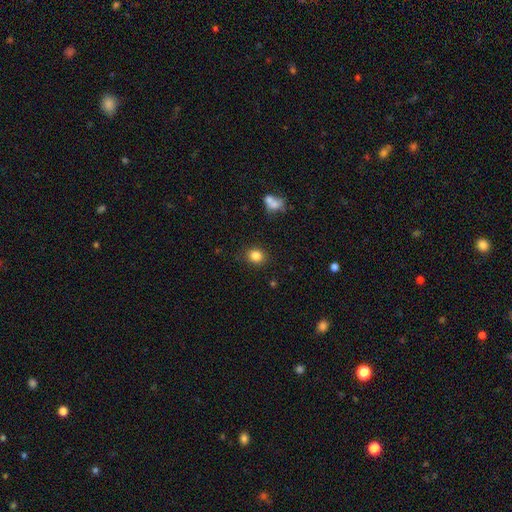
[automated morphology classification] This appears to be a smooth galaxy with no disk features (84%) that is round (72%). Merging: none (86%).